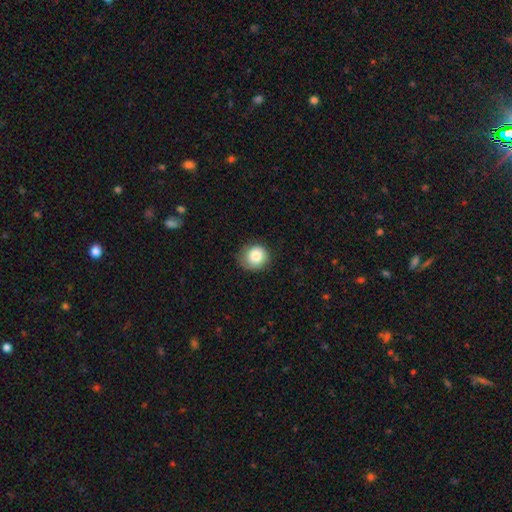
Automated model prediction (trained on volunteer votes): Q: Smooth or featured?
A: smooth (84%); runner-up: featured or disk (8%)
Q: How rounded?
A: round (85%); runner-up: in between (15%)
Q: Merging?
A: none (69%); runner-up: minor disturbance (24%)